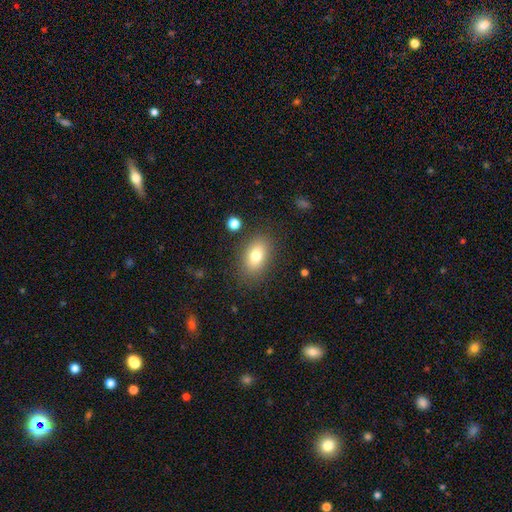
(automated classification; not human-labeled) Smooth or featured? Predicted: smooth (p=0.76). How rounded? Predicted: in between (p=0.86). Merging? Predicted: none (p=0.83).